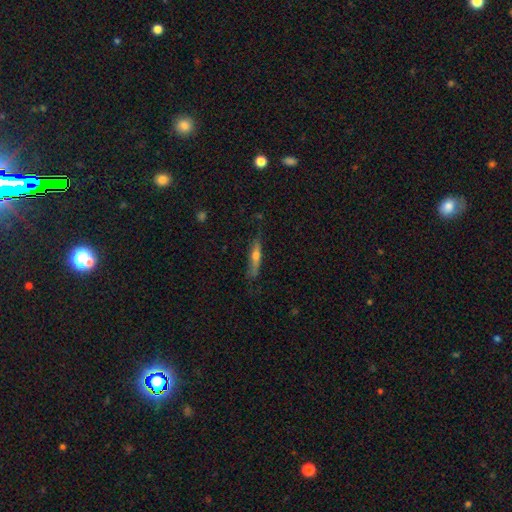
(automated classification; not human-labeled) Smooth or featured?
  - featured or disk: 50% *
  - smooth: 43%
  - star or artifact: 7%
Merging?
  - none: 76% *
  - minor disturbance: 18%
  - major disturbance: 4%
  - merger: 2%